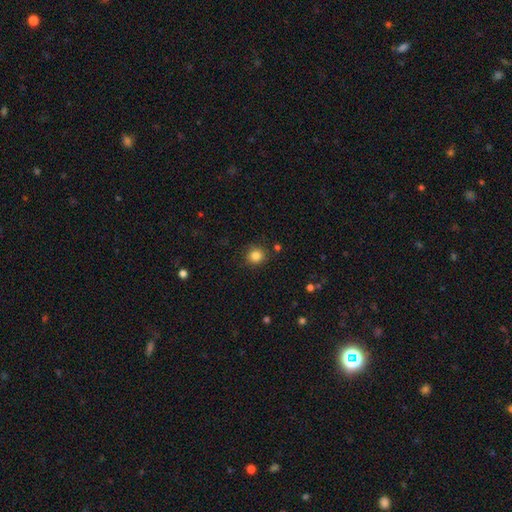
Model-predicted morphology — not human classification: A smooth galaxy with no disk features (84%) that is round (90%). Merging: none (87%).